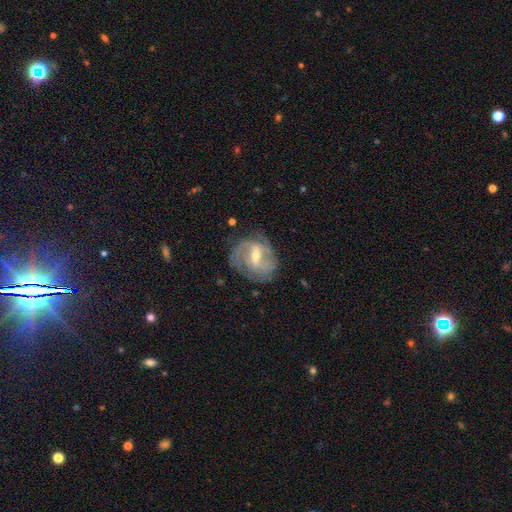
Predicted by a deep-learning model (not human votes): The model was most divided on "bulge size": moderate: 49%, small: 46%, large: 2%, none: 2%, dominant: 1%. Remaining: edge-on disk — no (97%); spiral arms — yes (91%); smooth or featured — featured or disk (83%); merging — none (66%); spiral arm count — 2 (54%); bar — weak (51%); spiral winding — medium (44%).